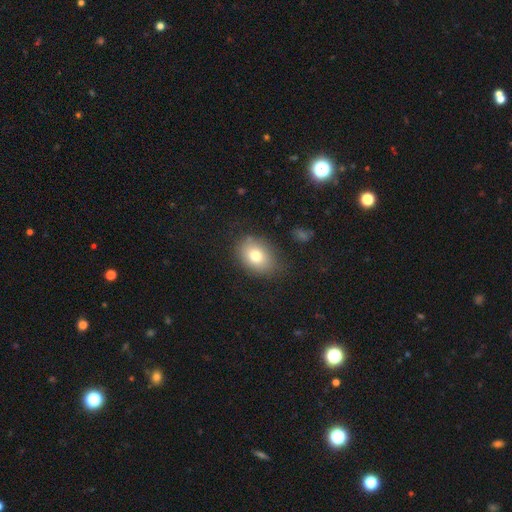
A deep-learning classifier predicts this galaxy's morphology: Smooth or featured?
  - smooth: 76% *
  - featured or disk: 13%
  - star or artifact: 11%
How rounded?
  - in between: 68% *
  - round: 31%
  - cigar-shaped: 1%
Merging?
  - none: 76% *
  - minor disturbance: 17%
  - major disturbance: 5%
  - merger: 2%